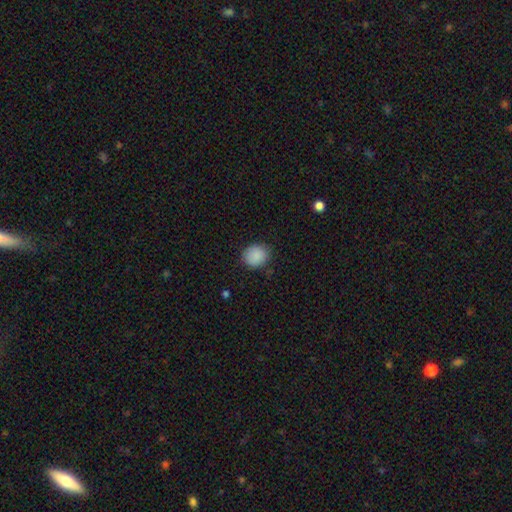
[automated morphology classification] A smooth galaxy with no disk features (88%) that is round (73%).

Vote fractions:
- Smooth or featured? smooth: 88% / star or artifact: 8% / featured or disk: 4%
- How rounded? round: 73% / in between: 26% / cigar-shaped: 1%
- Merging? none: 82% / minor disturbance: 13% / major disturbance: 3% / merger: 1%